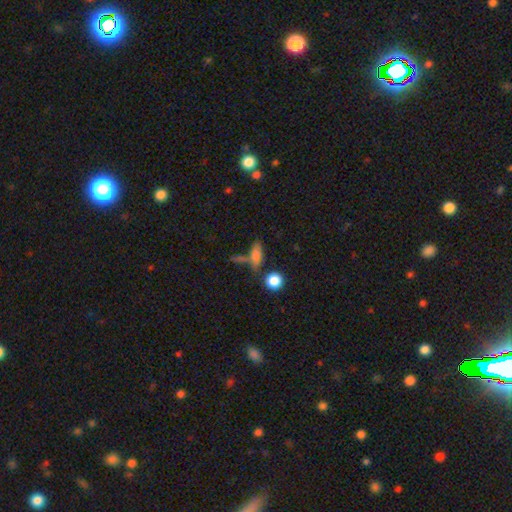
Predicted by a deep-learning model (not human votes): Smooth or featured: smooth — 70% (featured or disk — 18%)
How rounded: in between — 55% (cigar-shaped — 34%)
Merging: none — 55% (merger — 20%)